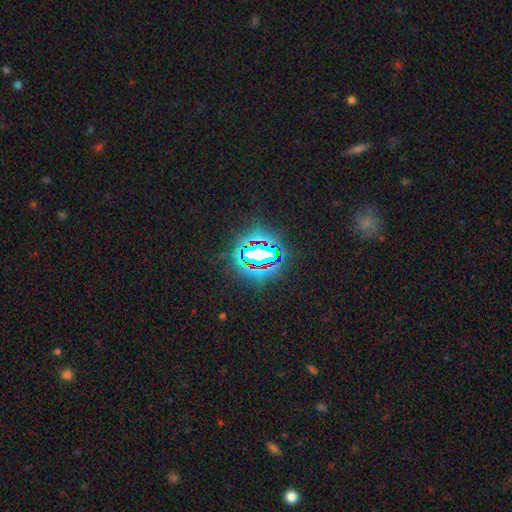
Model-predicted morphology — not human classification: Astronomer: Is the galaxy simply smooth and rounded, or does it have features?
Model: star or artifact — 74%.